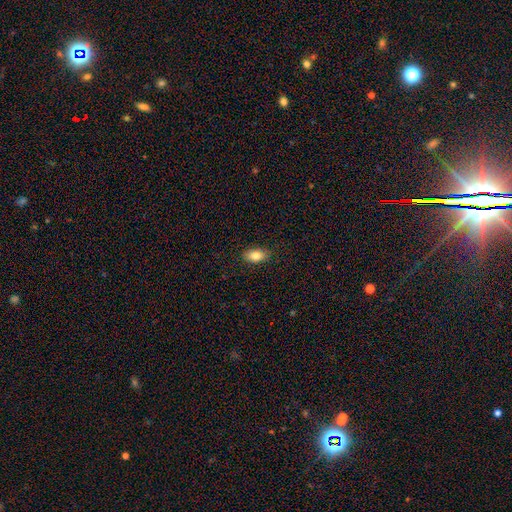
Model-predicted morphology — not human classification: smooth-or-featured: smooth: 82% | featured or disk: 10% | star or artifact: 8%
  how-rounded: in between: 90% | round: 6% | cigar-shaped: 4%
  merging: none: 88% | minor disturbance: 9% | major disturbance: 2% | merger: 1%